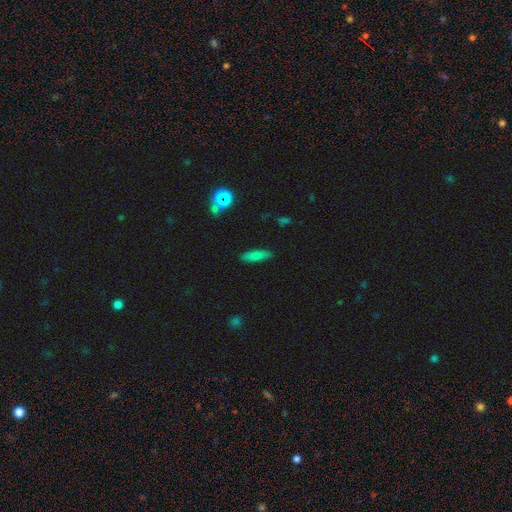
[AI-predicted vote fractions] Morphology: type=smooth (75%); roundness=cigar-shaped (60%); merging=none (87%).